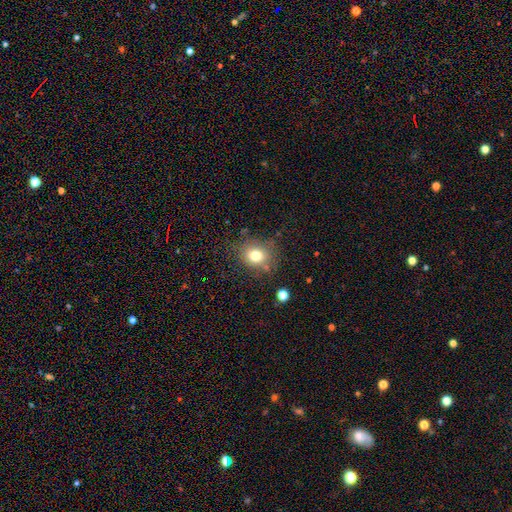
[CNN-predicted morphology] A smooth galaxy with no disk features (76%) that is round (71%). Merging: none (74%).